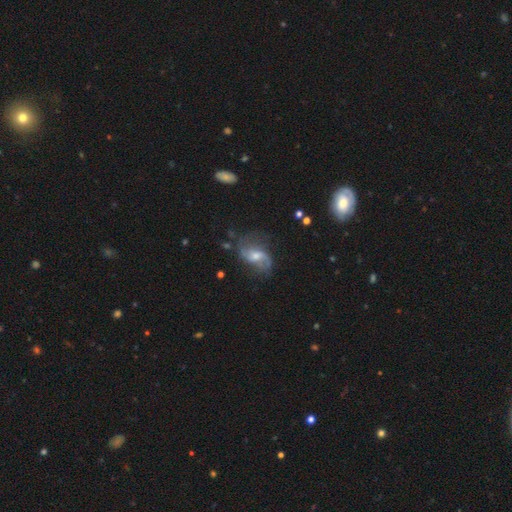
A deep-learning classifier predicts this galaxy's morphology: A featured or disk galaxy (78%) with a weak bar (49%), 2 (83%) loose (64%) spiral arms (92%) and a moderate central bulge (48%).

Vote fractions:
- Smooth or featured? featured or disk: 78% / smooth: 14% / star or artifact: 8%
- Edge-on disk? no: 96% / yes: 4%
- Bar? weak: 49% / no: 37% / strong: 13%
- Spiral arms? yes: 92% / no: 8%
- Spiral winding? loose: 64% / medium: 29% / tight: 8%
- Spiral arm count? 2: 83% / can't tell: 7% / 1: 4% / 3: 2% / 4: 1% / more than 4: 1%
- Bulge size? moderate: 48% / small: 39% / none: 6% / large: 5% / dominant: 1%
- Merging? none: 60% / minor disturbance: 22% / major disturbance: 16% / merger: 3%